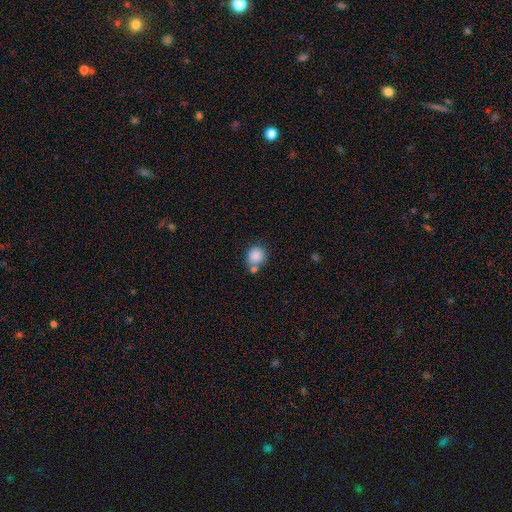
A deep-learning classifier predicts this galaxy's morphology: Smooth or featured: smooth — 85% (star or artifact — 9%)
How rounded: round — 78% (in between — 21%)
Merging: none — 53% (merger — 28%)